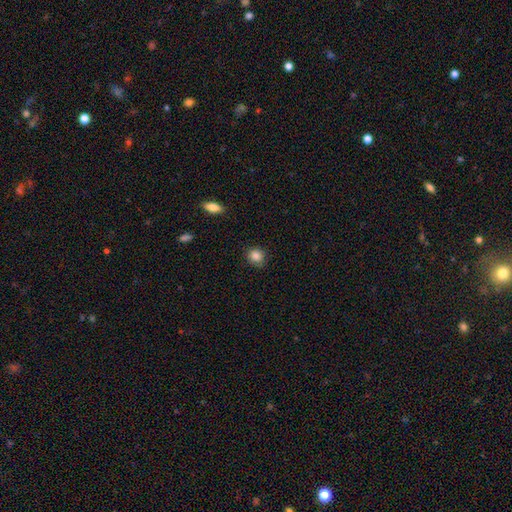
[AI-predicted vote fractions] smooth 85%, star or artifact 10%, featured or disk 5%. Down the decision tree: how rounded — round (82%); merging — none (84%).